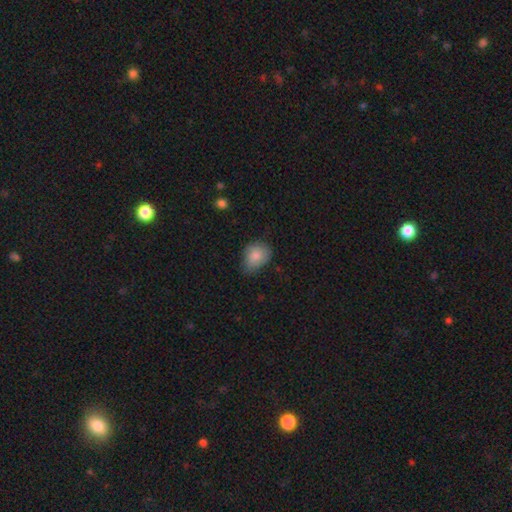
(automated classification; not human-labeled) A smooth galaxy with no disk features (81%) that is in between round and cigar-shaped (61%). Merging: none (54%).